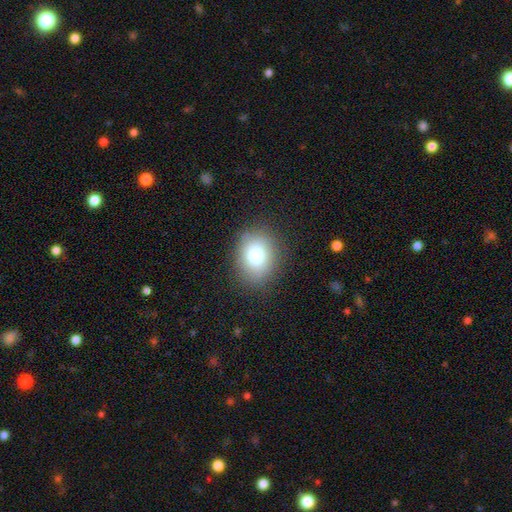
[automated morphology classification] type=smooth (79%); roundness=in between (54%); merging=none (84%).